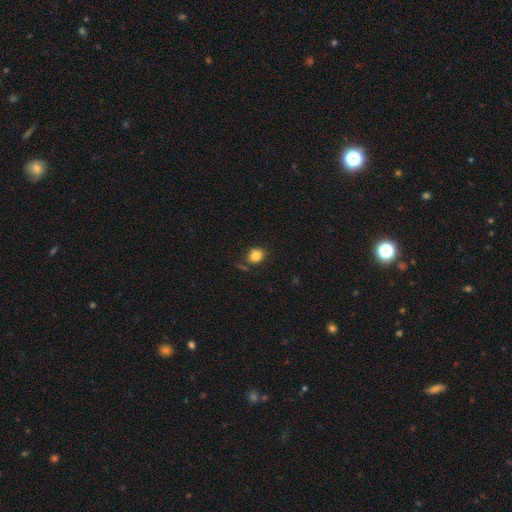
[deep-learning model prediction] Smooth or featured: smooth — 84% (star or artifact — 11%)
How rounded: round — 63% (in between — 36%)
Merging: none — 71% (minor disturbance — 18%)